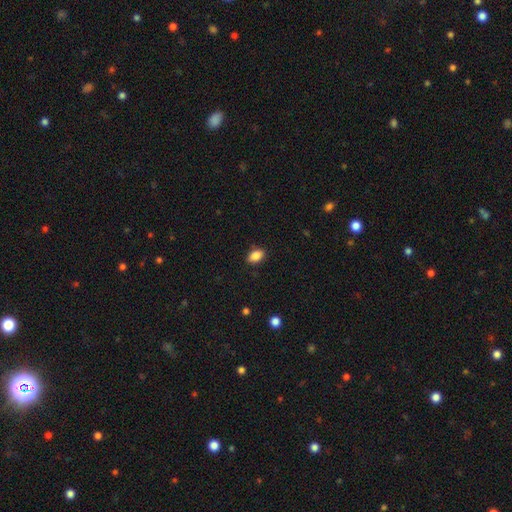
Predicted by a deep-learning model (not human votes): The model was most divided on "merging": none: 87%, minor disturbance: 10%, major disturbance: 2%, merger: 1%. More confident: how rounded — in between (89%); smooth or featured — smooth (87%).